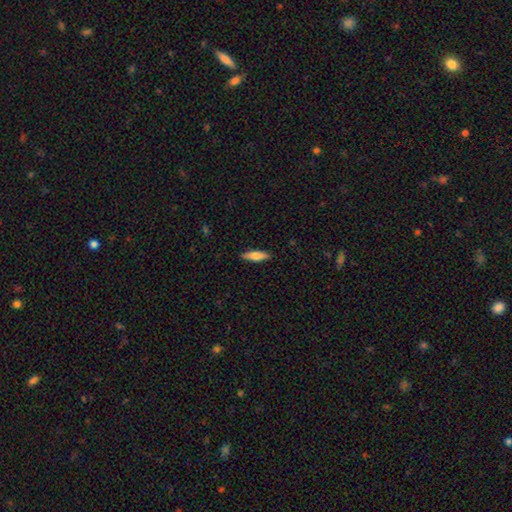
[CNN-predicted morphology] Smooth or featured?
  - smooth: 70% *
  - featured or disk: 24%
  - star or artifact: 6%
How rounded?
  - cigar-shaped: 62% *
  - in between: 36%
  - round: 2%
Merging?
  - none: 89% *
  - minor disturbance: 8%
  - major disturbance: 2%
  - merger: 1%